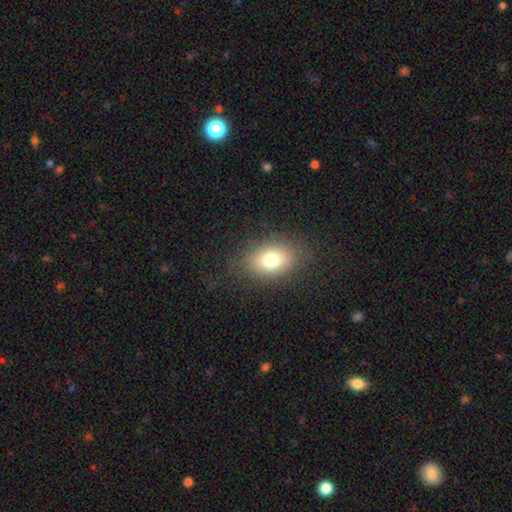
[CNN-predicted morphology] A smooth galaxy with no disk features (75%) that is in between round and cigar-shaped (80%). Merging: none (87%).